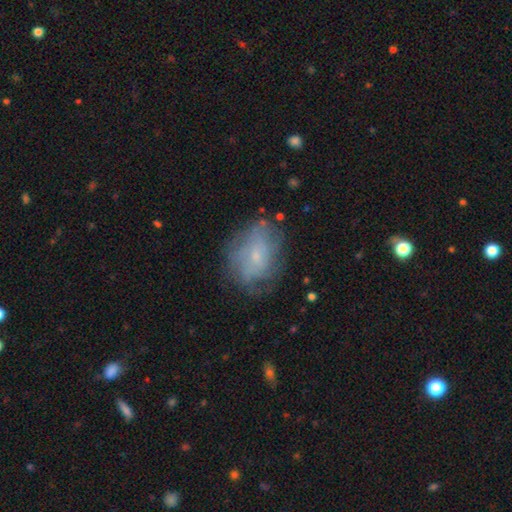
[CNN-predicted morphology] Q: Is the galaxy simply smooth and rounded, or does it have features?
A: featured or disk — 47%.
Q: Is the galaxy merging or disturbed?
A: none — 64%.